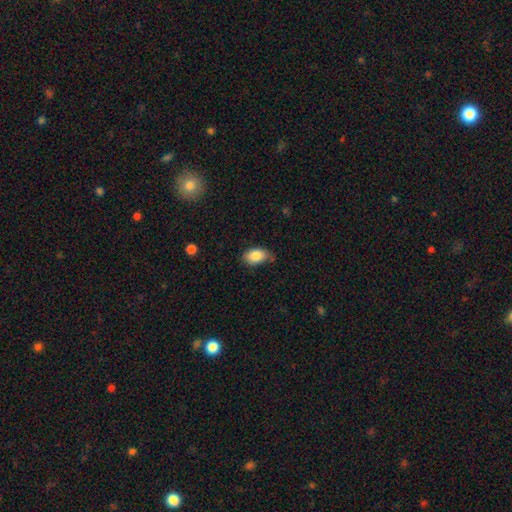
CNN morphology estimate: A smooth galaxy with no disk features (84%) that is in between round and cigar-shaped (88%). Merging: none (63%).